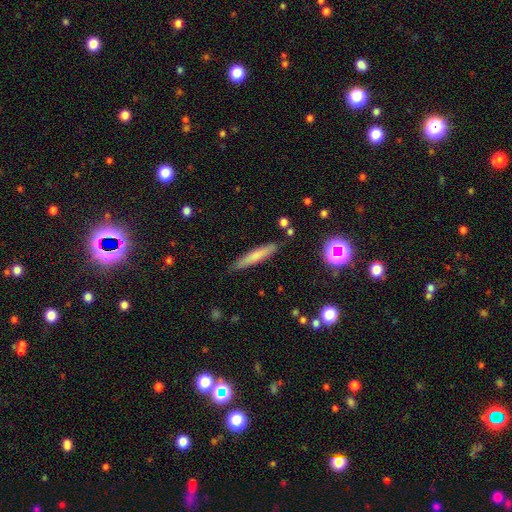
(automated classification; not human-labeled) Smooth or featured? smooth (67%)
How rounded? cigar-shaped (92%)
Merging? none (84%)